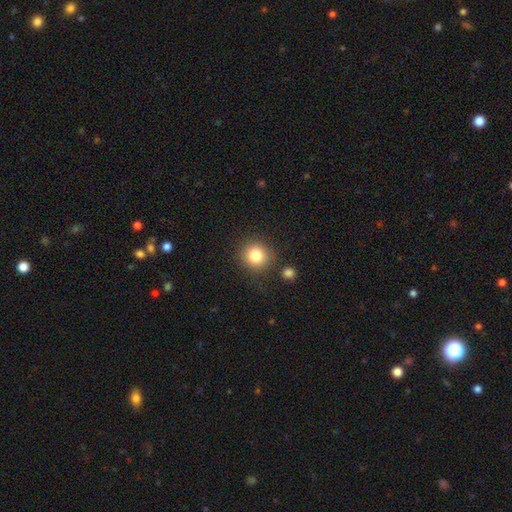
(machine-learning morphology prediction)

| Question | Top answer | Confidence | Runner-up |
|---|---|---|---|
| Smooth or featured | smooth | 83% | star or artifact (11%) |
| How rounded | round | 91% | in between (8%) |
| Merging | none | 83% | minor disturbance (9%) |